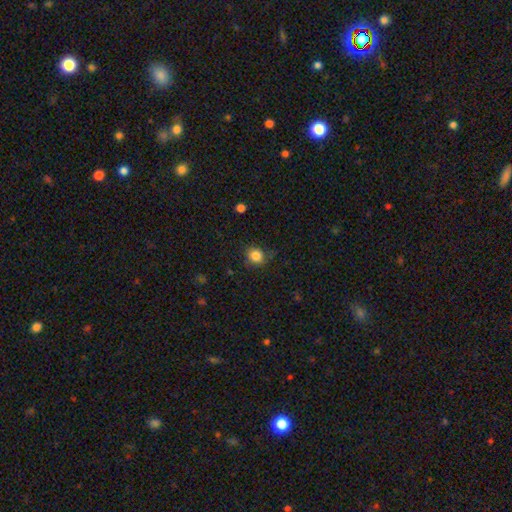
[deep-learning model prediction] A smooth galaxy with no disk features (85%) that is round (82%). Merging: none (81%).